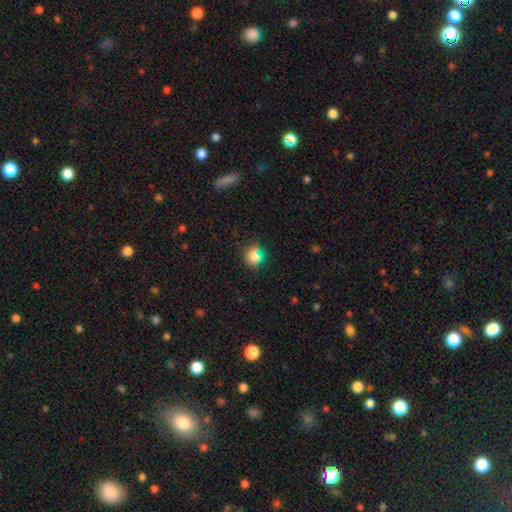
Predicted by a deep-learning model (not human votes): smooth-or-featured: smooth: 72% | star or artifact: 22% | featured or disk: 6%
  how-rounded: round: 83% | in between: 16% | cigar-shaped: 2%
  merging: none: 86% | minor disturbance: 9% | major disturbance: 3% | merger: 2%